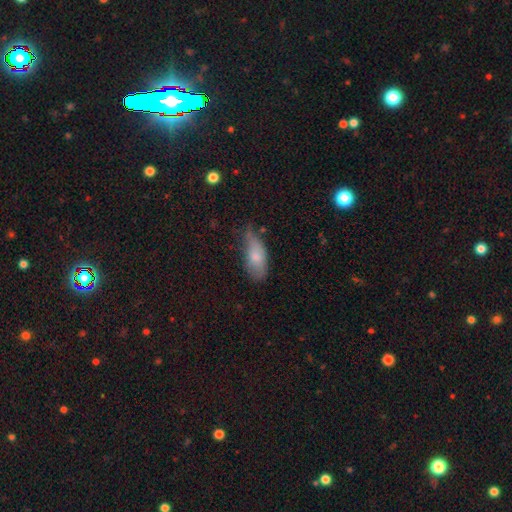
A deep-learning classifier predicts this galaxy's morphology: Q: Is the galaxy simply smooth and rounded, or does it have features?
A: smooth — 75%.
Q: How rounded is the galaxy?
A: in between — 86%.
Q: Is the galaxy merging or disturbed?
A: minor disturbance — 43%.